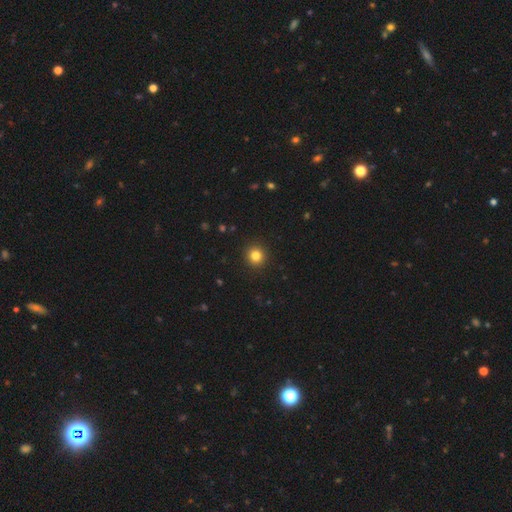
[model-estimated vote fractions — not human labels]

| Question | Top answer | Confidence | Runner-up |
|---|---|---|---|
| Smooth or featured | smooth | 82% | star or artifact (13%) |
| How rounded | round | 93% | in between (6%) |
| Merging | none | 93% | minor disturbance (5%) |